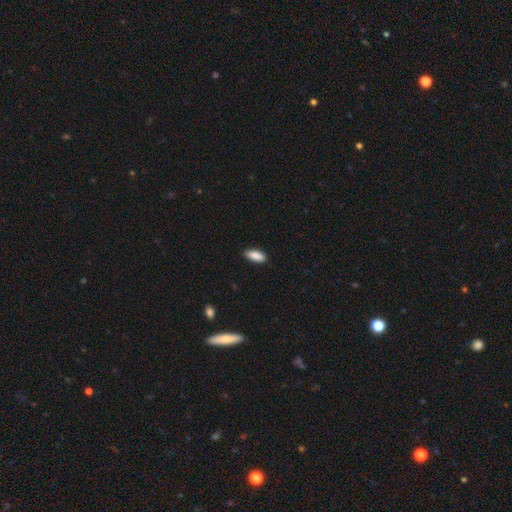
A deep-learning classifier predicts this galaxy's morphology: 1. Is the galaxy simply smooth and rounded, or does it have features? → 89% smooth, 7% star or artifact, 4% featured or disk.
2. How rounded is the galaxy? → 81% in between, 18% cigar-shaped, 2% round.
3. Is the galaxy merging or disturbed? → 86% none, 11% minor disturbance, 2% major disturbance, 1% merger.